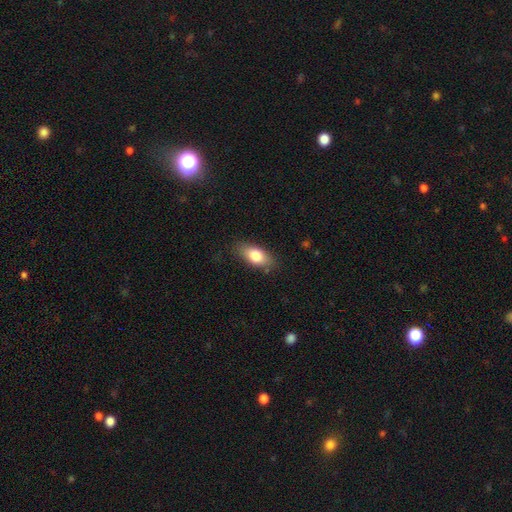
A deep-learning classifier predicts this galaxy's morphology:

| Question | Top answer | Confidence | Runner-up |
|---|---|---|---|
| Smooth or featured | smooth | 78% | featured or disk (15%) |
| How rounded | in between | 85% | cigar-shaped (10%) |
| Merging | none | 81% | minor disturbance (14%) |